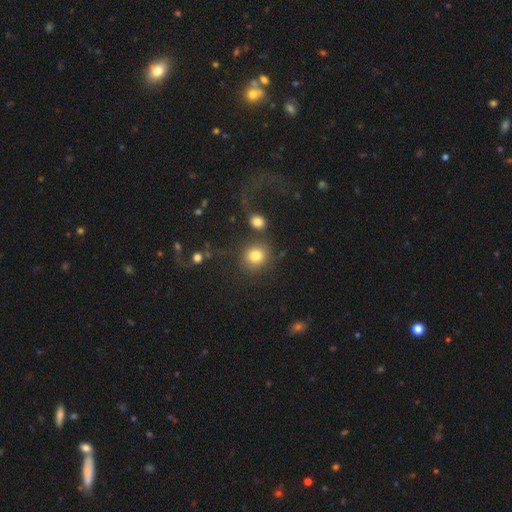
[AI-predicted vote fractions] This is likely a smooth galaxy (80%). How rounded: clearly round (84%). Merging: likely none (64%).